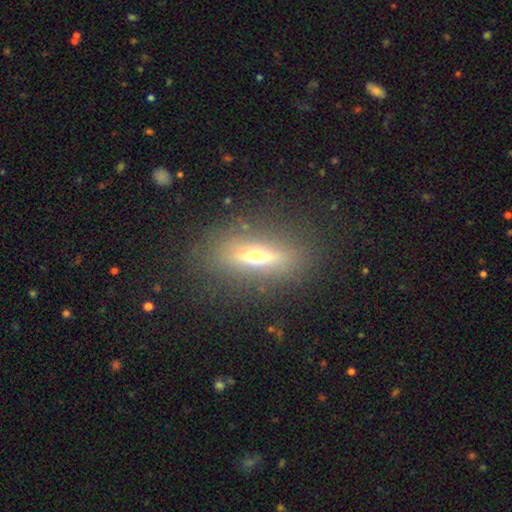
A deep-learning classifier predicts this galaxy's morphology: The model was most divided on "smooth or featured": featured or disk: 49%, smooth: 41%, star or artifact: 11%. More confident: merging — none (81%).